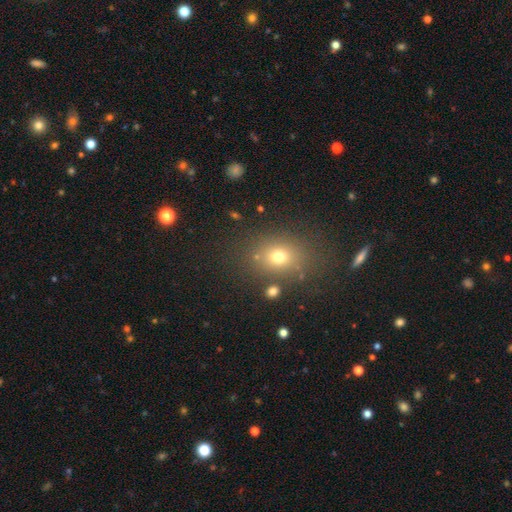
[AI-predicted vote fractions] smooth_or_featured: smooth (p=0.62) [alt: star or artifact p=0.27]
how_rounded: in between (p=0.55) [alt: round p=0.43]
merging: none (p=0.83) [alt: minor disturbance p=0.09]